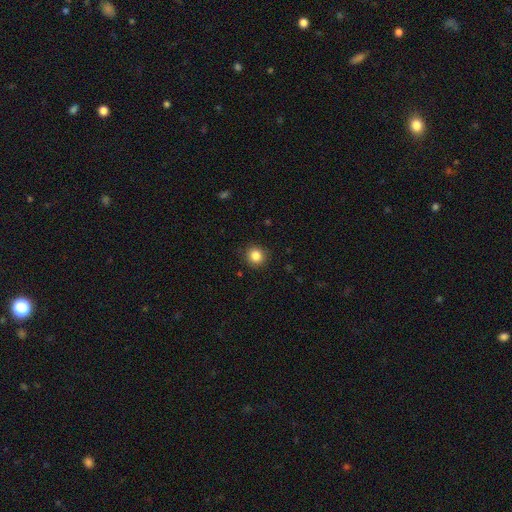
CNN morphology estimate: Smooth or featured?
  - smooth: 85% *
  - star or artifact: 11%
  - featured or disk: 4%
How rounded?
  - round: 92% *
  - in between: 7%
  - cigar-shaped: 1%
Merging?
  - none: 90% *
  - minor disturbance: 7%
  - major disturbance: 2%
  - merger: 1%